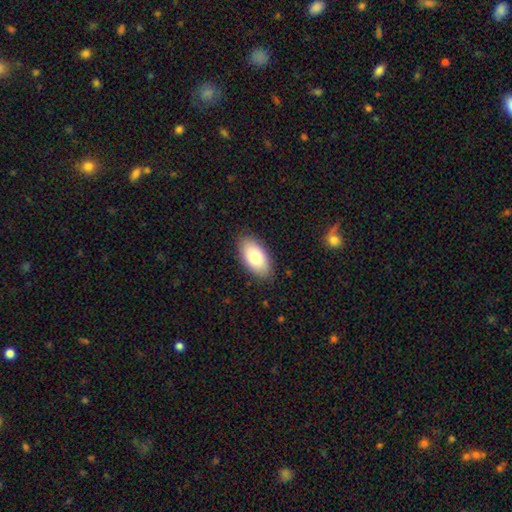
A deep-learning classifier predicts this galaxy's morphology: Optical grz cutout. It shows a smooth galaxy with no disk features (80%) that is in between round and cigar-shaped (95%). Merging: none (87%).